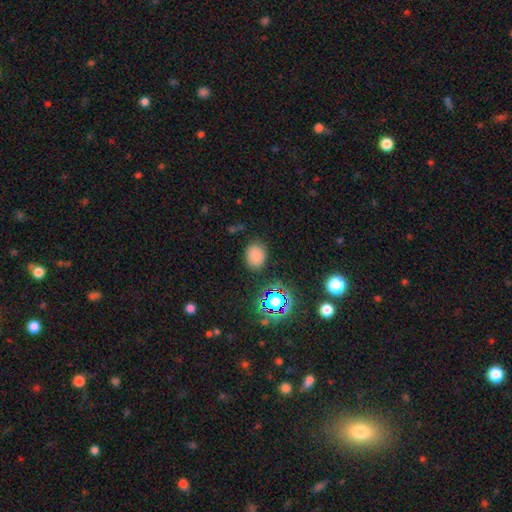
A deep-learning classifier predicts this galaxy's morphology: smooth 75%, star or artifact 18%, featured or disk 7%. Down the decision tree: how rounded — round (50%); merging — none (83%).